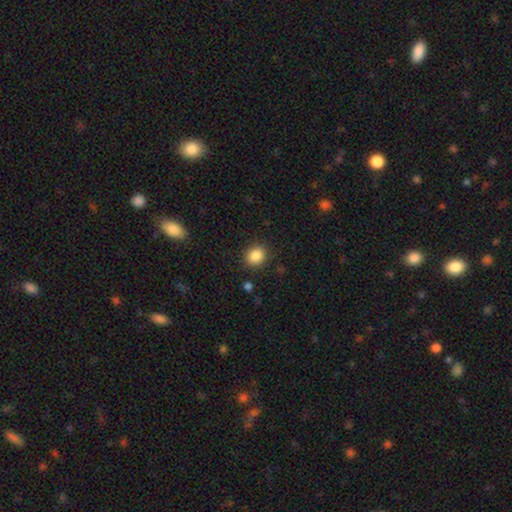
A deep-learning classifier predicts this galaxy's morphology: smooth 86%, star or artifact 10%, featured or disk 4%. Down the decision tree: how rounded — round (76%); merging — none (87%).